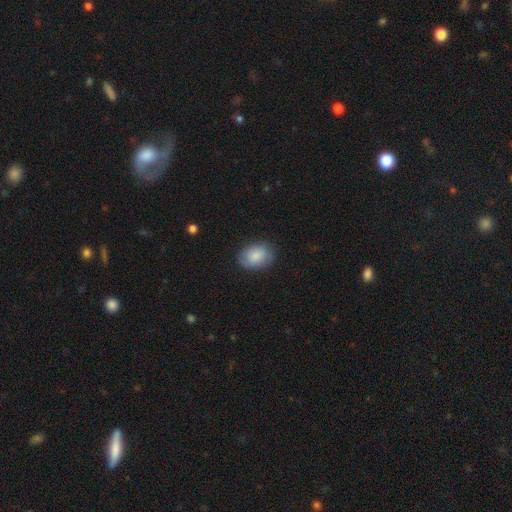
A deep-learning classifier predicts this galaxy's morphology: smooth-or-featured: smooth: 84% | featured or disk: 10% | star or artifact: 6%
  how-rounded: in between: 75% | round: 24% | cigar-shaped: 1%
  merging: none: 81% | minor disturbance: 15% | major disturbance: 3% | merger: 1%